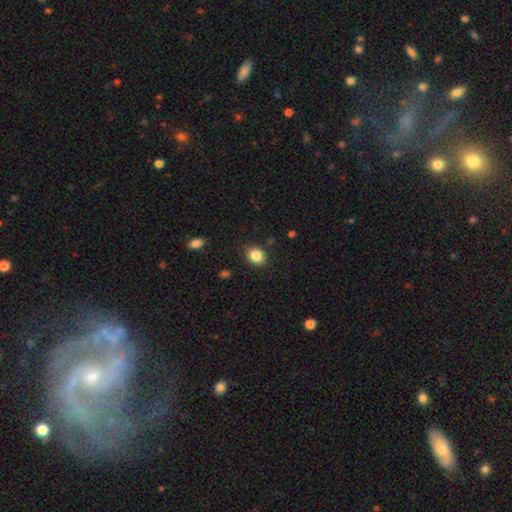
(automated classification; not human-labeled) smooth 86%, star or artifact 9%, featured or disk 5%. Down the decision tree: how rounded — round (57%); merging — none (86%).